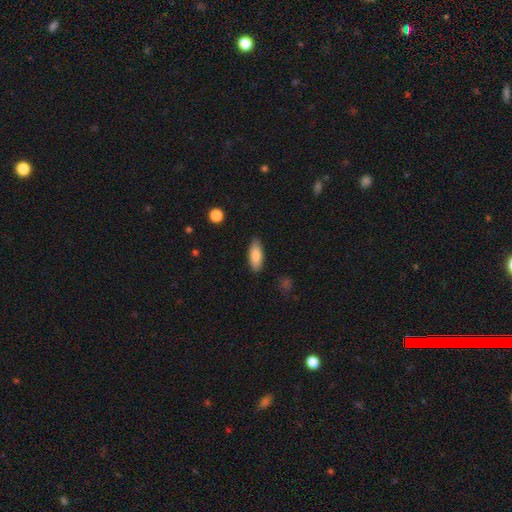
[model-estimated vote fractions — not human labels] A smooth galaxy with no disk features (84%) that is in between round and cigar-shaped (77%). Merging: none (87%).